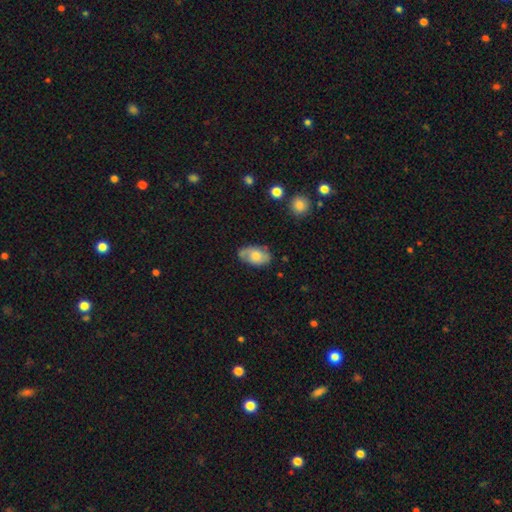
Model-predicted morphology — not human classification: The model was most divided on "smooth or featured": smooth: 59%, featured or disk: 34%, star or artifact: 7%. More confident: how rounded — in between (91%); merging — none (67%).